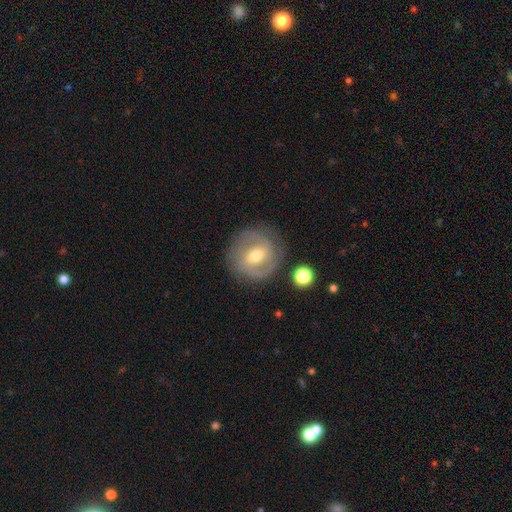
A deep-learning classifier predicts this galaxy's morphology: type=featured or disk (74%); edge-on=no (96%); bar=weak (50%); spiral arms=yes (82%); winding=tight (50%); arm count=2 (69%); bulge=moderate (69%); merging=none (81%).